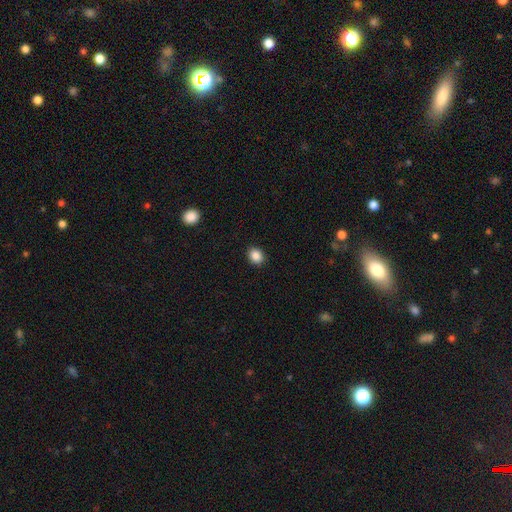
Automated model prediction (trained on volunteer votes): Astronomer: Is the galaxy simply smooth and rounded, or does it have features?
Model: smooth — 88%.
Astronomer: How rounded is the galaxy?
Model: round — 55% (runner-up: in between, 44%).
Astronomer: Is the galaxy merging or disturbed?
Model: none — 91%.